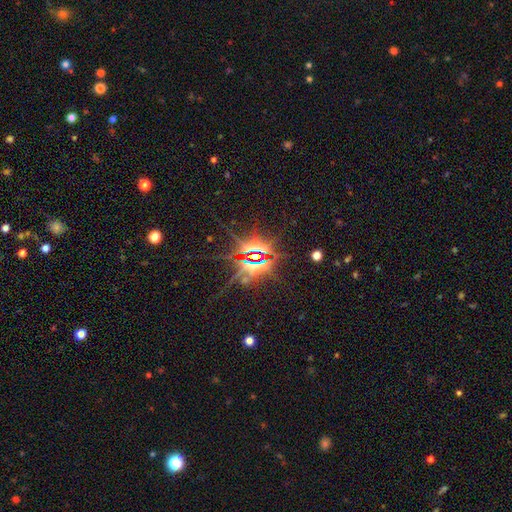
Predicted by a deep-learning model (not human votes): A star or artifact, not a galaxy (84%).